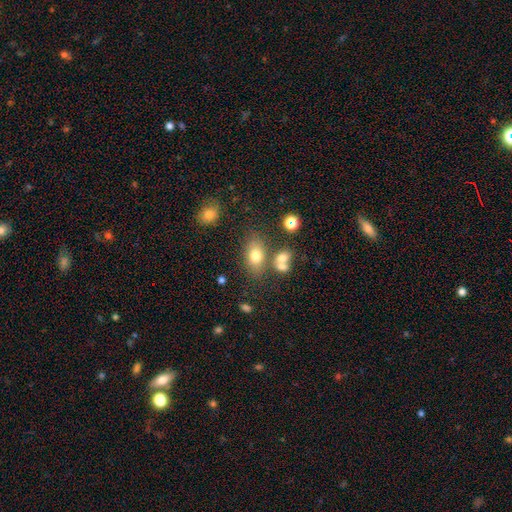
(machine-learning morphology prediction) smooth_or_featured: smooth (p=0.72) [alt: featured or disk p=0.15]
how_rounded: in between (p=0.81) [alt: round p=0.16]
merging: none (p=0.64) [alt: merger p=0.17]